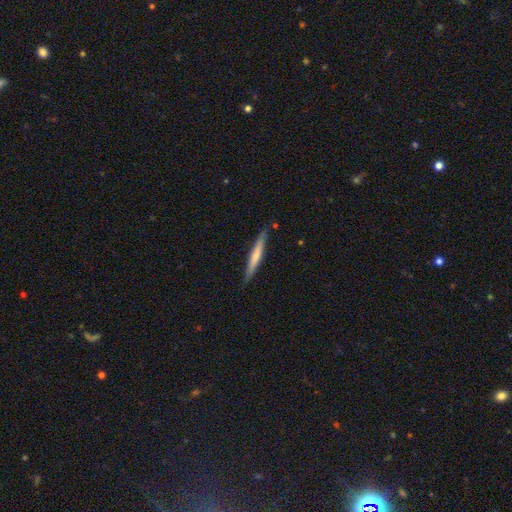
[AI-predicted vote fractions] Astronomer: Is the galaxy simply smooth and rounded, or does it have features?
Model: smooth — 58% (runner-up: featured or disk, 37%).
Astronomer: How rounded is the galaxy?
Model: cigar-shaped — 95%.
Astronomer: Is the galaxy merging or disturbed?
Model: none — 87%.